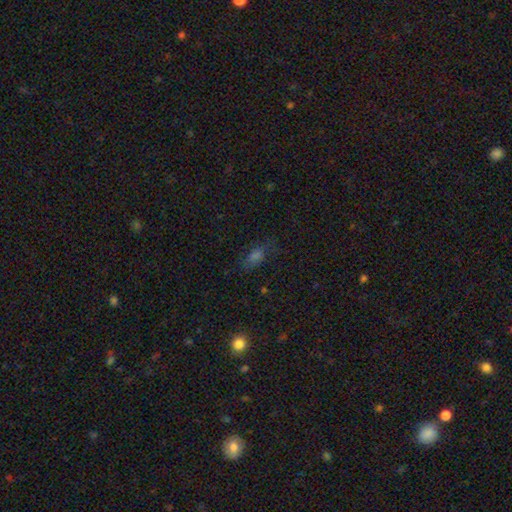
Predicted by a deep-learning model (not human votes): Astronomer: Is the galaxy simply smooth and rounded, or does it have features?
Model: smooth — 53% (runner-up: star or artifact, 29%).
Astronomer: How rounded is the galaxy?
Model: in between — 73%.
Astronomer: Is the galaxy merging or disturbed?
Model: none — 70%.